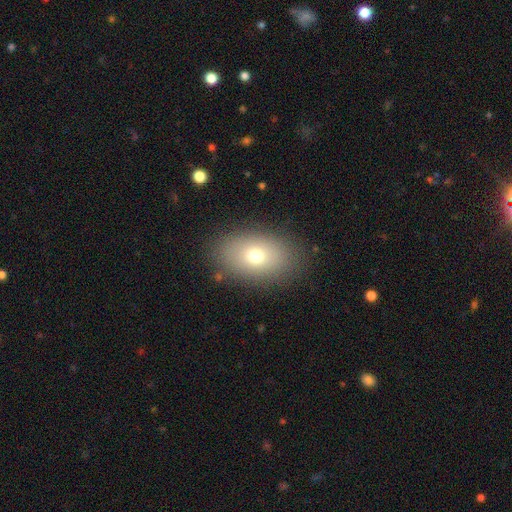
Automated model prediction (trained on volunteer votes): Q: Smooth or featured?
A: smooth (70%); runner-up: featured or disk (18%)
Q: How rounded?
A: in between (84%); runner-up: round (15%)
Q: Merging?
A: none (85%); runner-up: minor disturbance (9%)